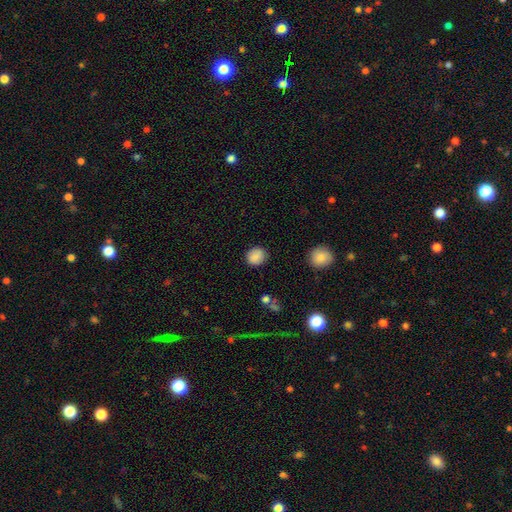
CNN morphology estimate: type=smooth (86%); roundness=round (82%); merging=none (86%).